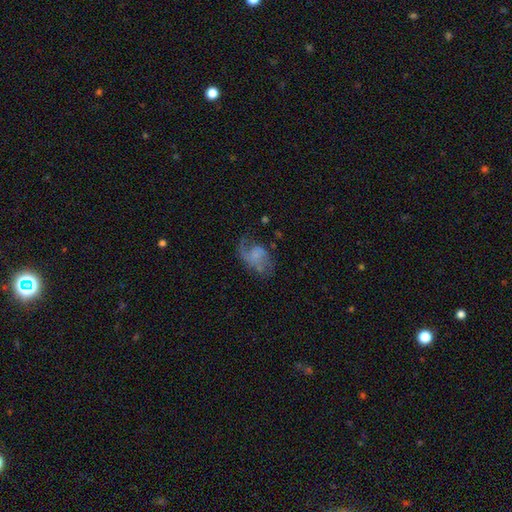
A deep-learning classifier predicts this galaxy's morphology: A featured or disk galaxy (69%) with no bar (65%), 2 (57%) loose (49%) spiral arms (86%) and no central bulge (49%). Merging: none (49%).